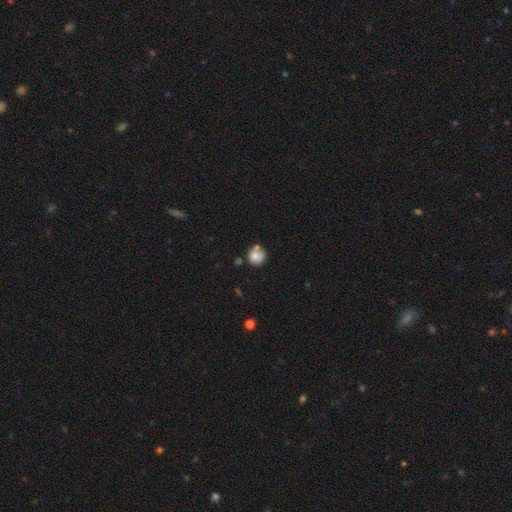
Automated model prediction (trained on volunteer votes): smooth 78%, featured or disk 13%, star or artifact 9%. Down the decision tree: how rounded — round (87%); merging — none (53%).